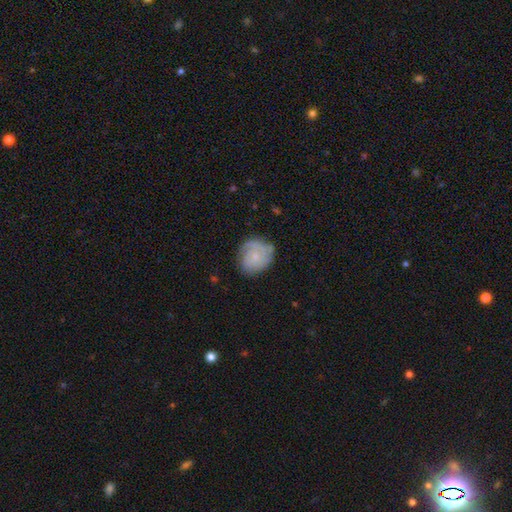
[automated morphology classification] A featured or disk galaxy (67%) with no bar (76%), 2 (31%) tight (67%) spiral arms (92%) and a small central bulge (73%).

Vote fractions:
- Smooth or featured? featured or disk: 67% / smooth: 26% / star or artifact: 6%
- Edge-on disk? no: 98% / yes: 2%
- Bar? no: 76% / weak: 21% / strong: 3%
- Spiral arms? yes: 92% / no: 8%
- Spiral winding? tight: 67% / medium: 25% / loose: 8%
- Spiral arm count? 2: 31% / can't tell: 29% / 3: 19% / 1: 13% / 4: 5% / more than 4: 4%
- Bulge size? small: 73% / moderate: 19% / none: 6% / large: 1% / dominant: 1%
- Merging? none: 73% / minor disturbance: 19% / major disturbance: 7% / merger: 2%